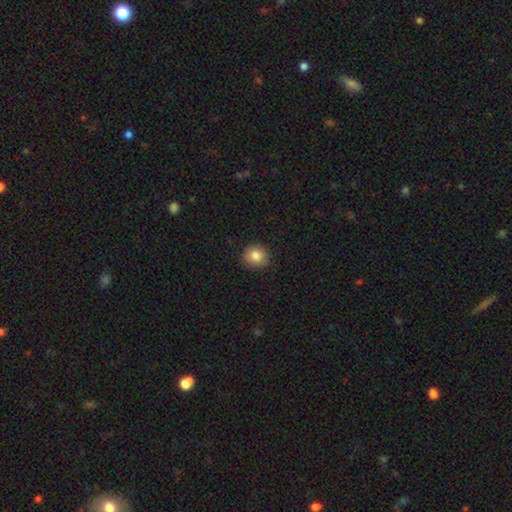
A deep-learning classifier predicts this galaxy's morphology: The model was most divided on "how rounded": round: 82%, in between: 17%, cigar-shaped: 1%. More confident: merging — none (86%); smooth or featured — smooth (84%).